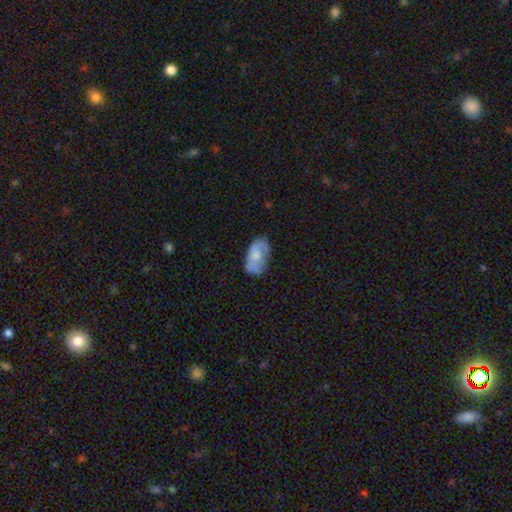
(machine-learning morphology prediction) Overall: smooth (56%; featured or disk 37%). How rounded: in between (92%). Merging: none (60%; minor disturbance 27%).